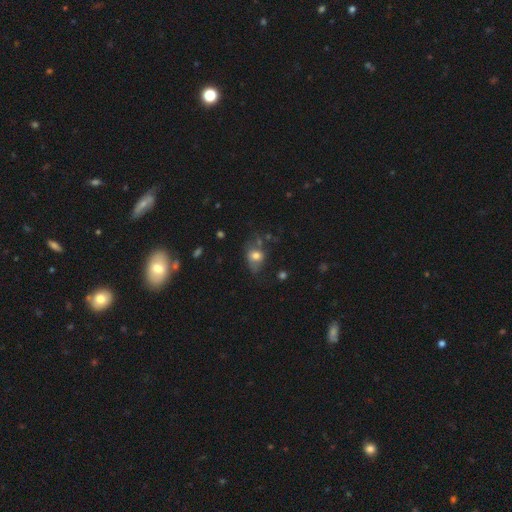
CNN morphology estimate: A smooth galaxy with no disk features (70%) that is in between round and cigar-shaped (60%).

Vote fractions:
- Smooth or featured? smooth: 70% / featured or disk: 19% / star or artifact: 11%
- How rounded? in between: 60% / round: 39% / cigar-shaped: 2%
- Merging? none: 45% / minor disturbance: 31% / major disturbance: 17% / merger: 7%